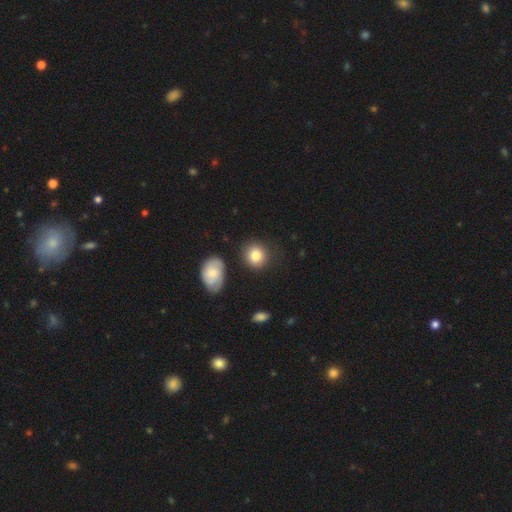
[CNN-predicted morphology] smooth_or_featured: smooth (p=0.82) [alt: featured or disk p=0.11]
how_rounded: round (p=0.81) [alt: in between p=0.18]
merging: none (p=0.79) [alt: minor disturbance p=0.12]